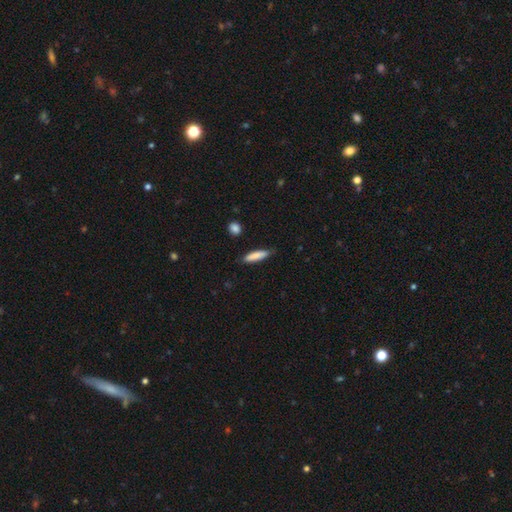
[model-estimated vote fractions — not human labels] Smooth or featured: smooth — 84% (featured or disk — 10%)
How rounded: cigar-shaped — 79% (in between — 19%)
Merging: none — 84% (minor disturbance — 12%)